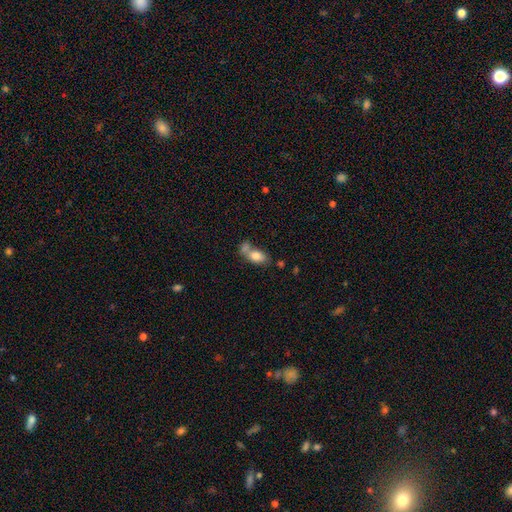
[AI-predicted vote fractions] Smooth or featured: smooth — 77% (featured or disk — 15%)
How rounded: in between — 87% (round — 10%)
Merging: merger — 46% (none — 33%)